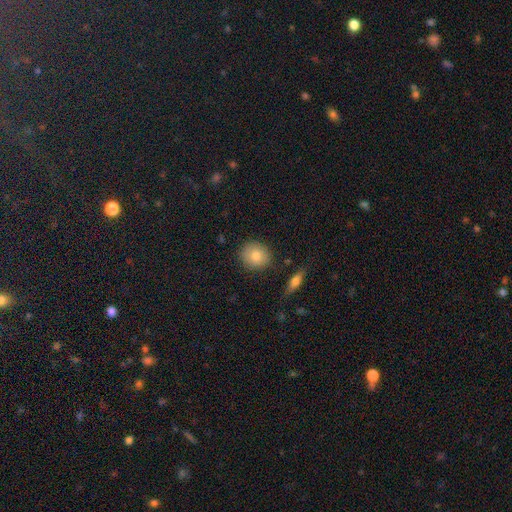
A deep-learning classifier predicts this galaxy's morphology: The model was most divided on "smooth or featured": smooth: 81%, featured or disk: 11%, star or artifact: 8%. More confident: merging — none (86%); how rounded — round (85%).